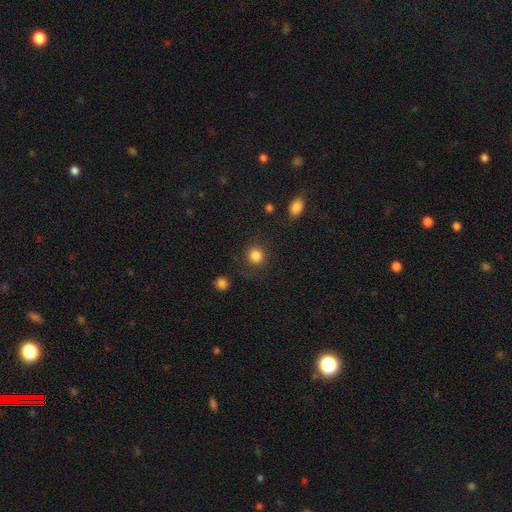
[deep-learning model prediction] This is clearly a smooth galaxy (84%). How rounded: clearly round (90%). Merging: clearly none (83%).